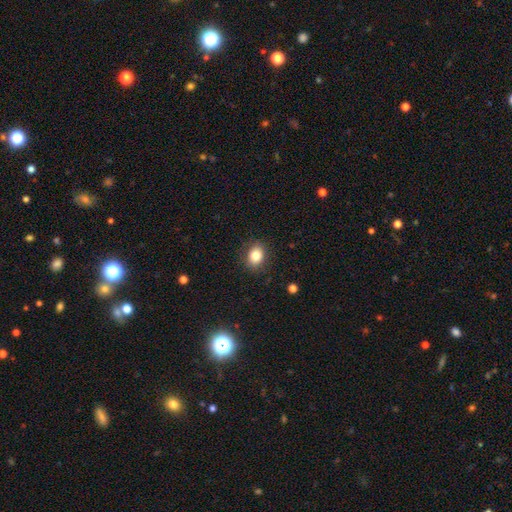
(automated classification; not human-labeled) A smooth galaxy with no disk features (82%) that is in between round and cigar-shaped (60%).

Vote fractions:
- Smooth or featured? smooth: 82% / star or artifact: 10% / featured or disk: 8%
- How rounded? in between: 60% / round: 39% / cigar-shaped: 1%
- Merging? none: 87% / minor disturbance: 9% / major disturbance: 3% / merger: 1%